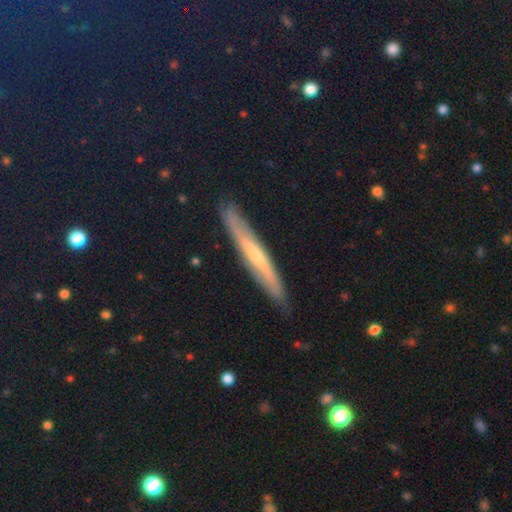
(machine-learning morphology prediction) Smooth or featured? featured or disk (58%)
Edge-on disk? yes (80%)
Merging? none (84%)